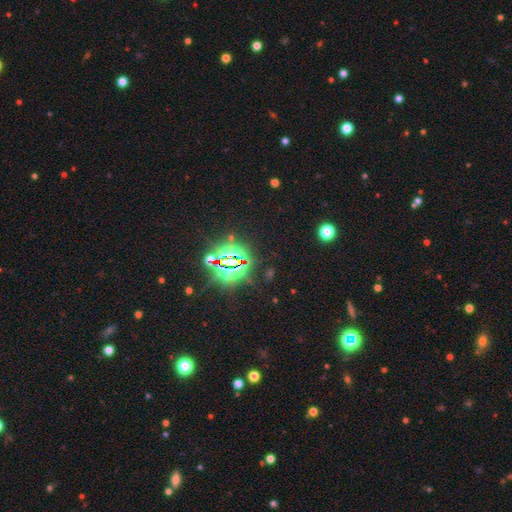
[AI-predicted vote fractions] Smooth or featured?
  - star or artifact: 83% *
  - smooth: 10%
  - featured or disk: 7%